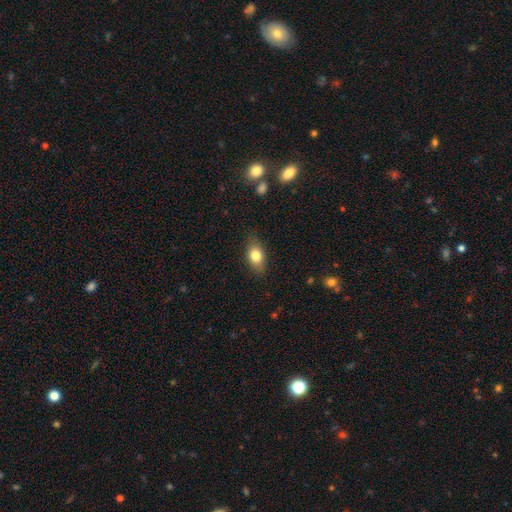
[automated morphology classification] smooth_or_featured: smooth (p=0.79) [alt: featured or disk p=0.13]
how_rounded: in between (p=0.81) [alt: round p=0.14]
merging: none (p=0.82) [alt: minor disturbance p=0.13]